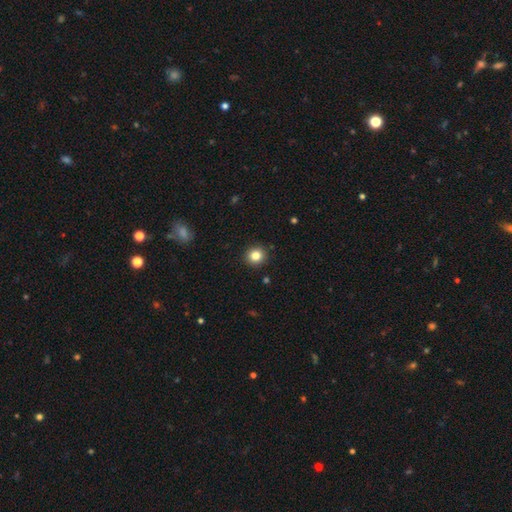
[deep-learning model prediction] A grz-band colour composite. It shows a smooth galaxy with no disk features (83%) that is round (92%). Merging: none (92%).